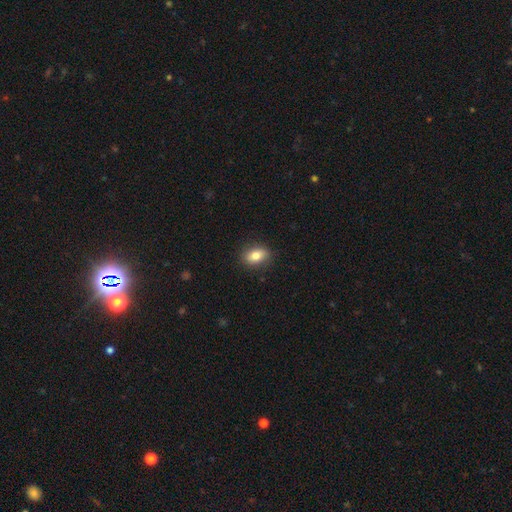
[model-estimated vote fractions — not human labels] This is clearly a smooth galaxy (81%). How rounded: likely in between (77%). Merging: clearly none (86%).